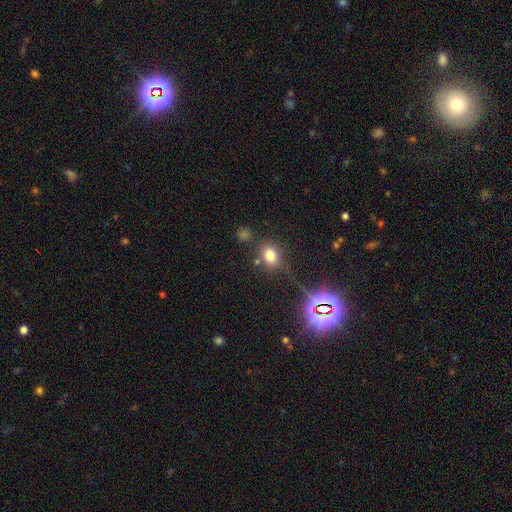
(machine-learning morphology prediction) This appears to be a star or artifact, not a galaxy (64%).